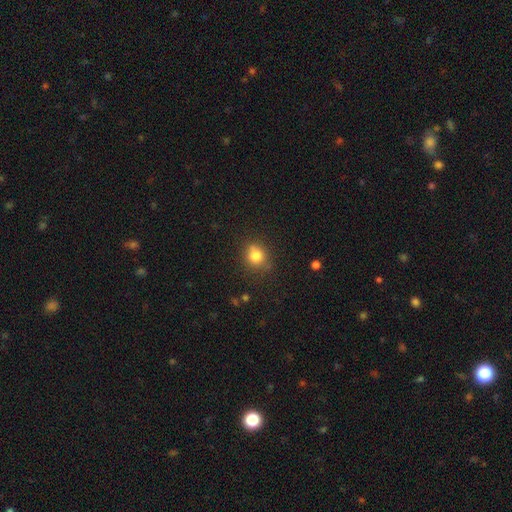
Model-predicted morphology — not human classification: smooth 80%, star or artifact 12%, featured or disk 8%. Down the decision tree: how rounded — round (77%); merging — none (73%).